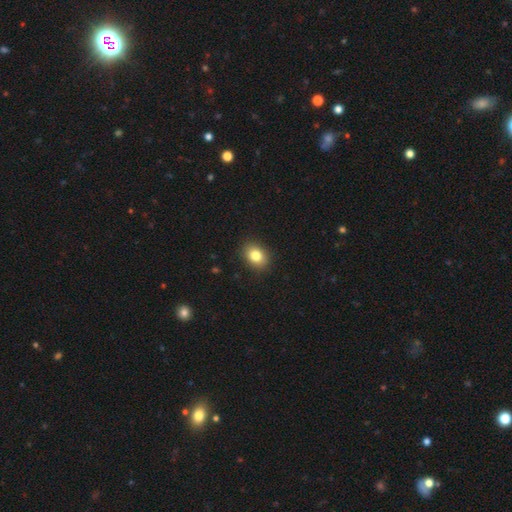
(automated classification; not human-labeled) Smooth or featured? smooth (83%)
How rounded? in between (62%)
Merging? none (89%)